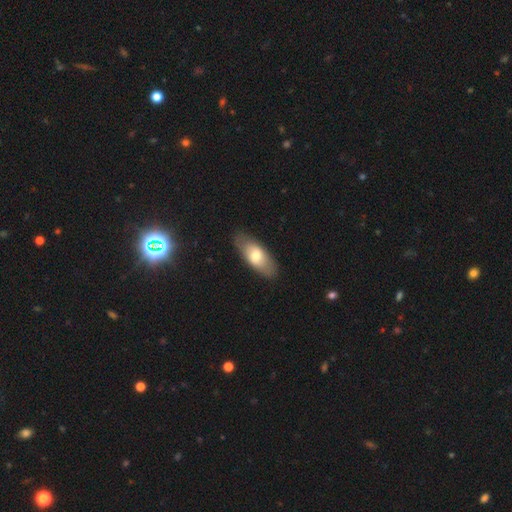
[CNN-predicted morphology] A smooth galaxy with no disk features (64%) that is in between round and cigar-shaped (82%). Merging: none (84%).